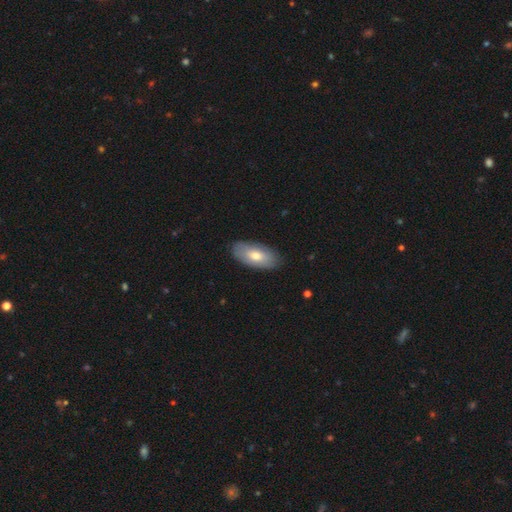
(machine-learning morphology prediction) smooth-or-featured: smooth: 70% | featured or disk: 25% | star or artifact: 6%
  how-rounded: in between: 92% | cigar-shaped: 6% | round: 2%
  merging: none: 86% | minor disturbance: 11% | major disturbance: 2% | merger: 1%